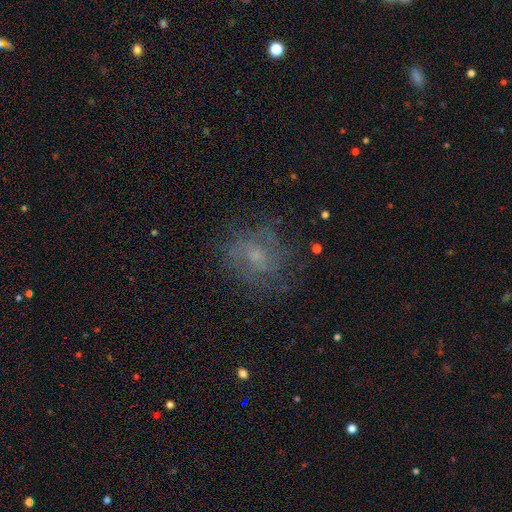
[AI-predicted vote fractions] A featured or disk galaxy (47%).

Vote fractions:
- Smooth or featured? featured or disk: 47% / smooth: 35% / star or artifact: 18%
- Merging? none: 67% / minor disturbance: 18% / major disturbance: 14% / merger: 2%